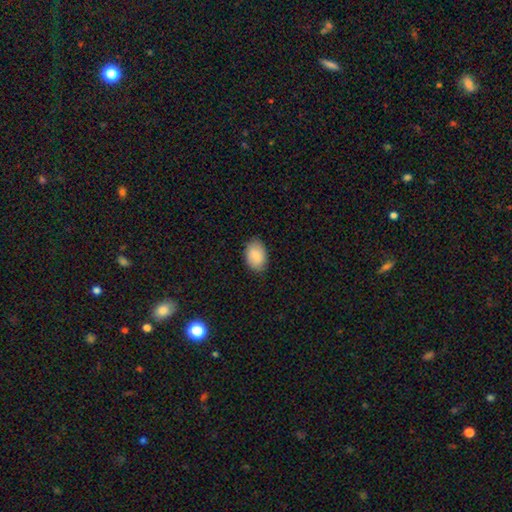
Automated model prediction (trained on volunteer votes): The model was most divided on "merging": none: 83%, minor disturbance: 13%, major disturbance: 3%, merger: 1%. More confident: smooth or featured — smooth (88%); how rounded — in between (87%).